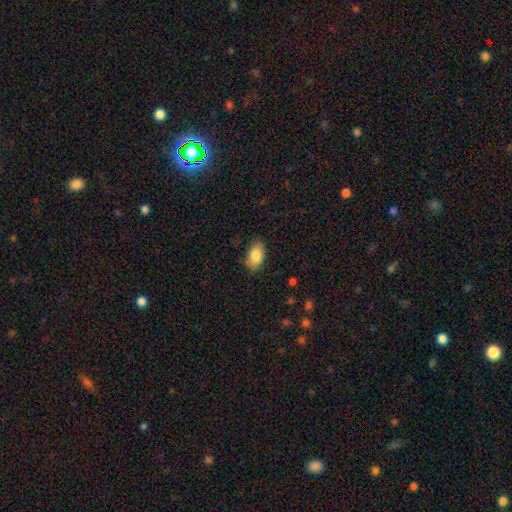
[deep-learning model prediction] This is clearly a smooth galaxy (85%). How rounded: clearly in between (93%). Merging: clearly none (80%).